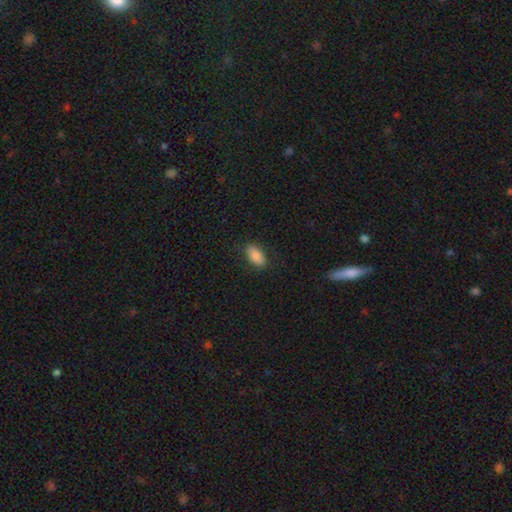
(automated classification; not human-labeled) Smooth or featured? Predicted: smooth (p=0.85). How rounded? Predicted: in between (p=0.92). Merging? Predicted: none (p=0.85).